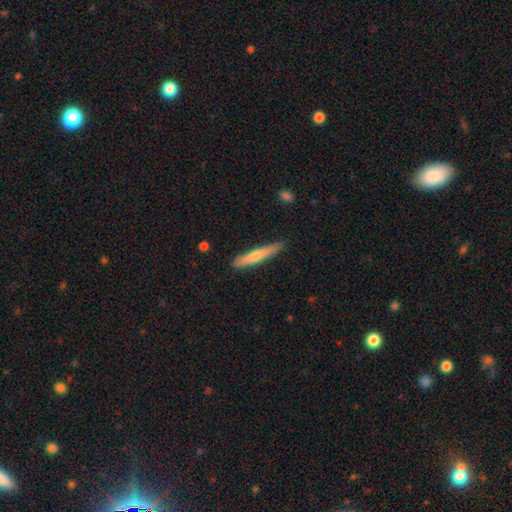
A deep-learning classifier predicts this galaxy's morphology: smooth 51%, featured or disk 44%, star or artifact 6%. Down the decision tree: how rounded — cigar-shaped (93%); merging — none (87%).